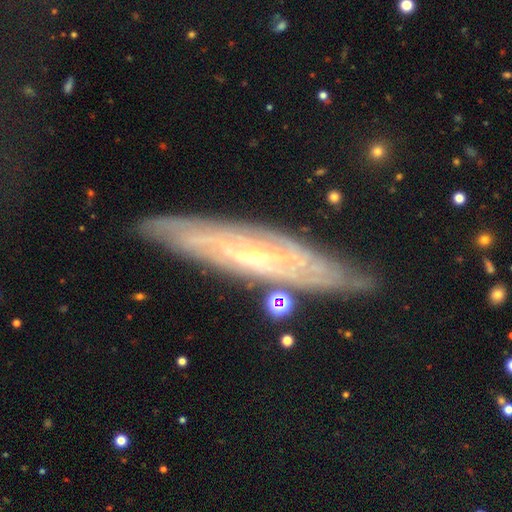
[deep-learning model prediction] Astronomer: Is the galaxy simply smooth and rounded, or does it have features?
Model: featured or disk — 81%.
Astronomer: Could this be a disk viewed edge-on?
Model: no — 61% (runner-up: yes, 39%).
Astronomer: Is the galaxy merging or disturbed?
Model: none — 80%.